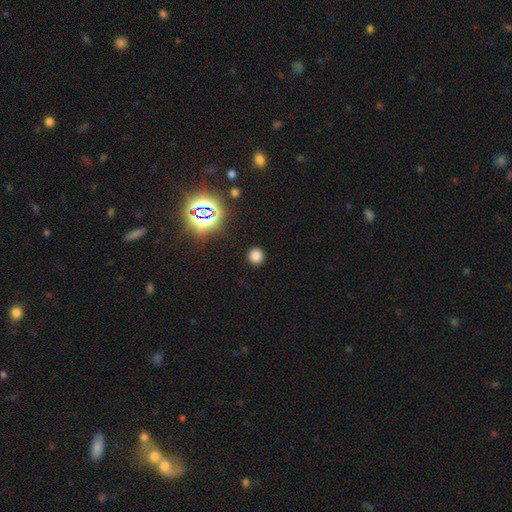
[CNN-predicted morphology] A smooth galaxy with no disk features (75%) that is round (91%). Merging: none (90%).